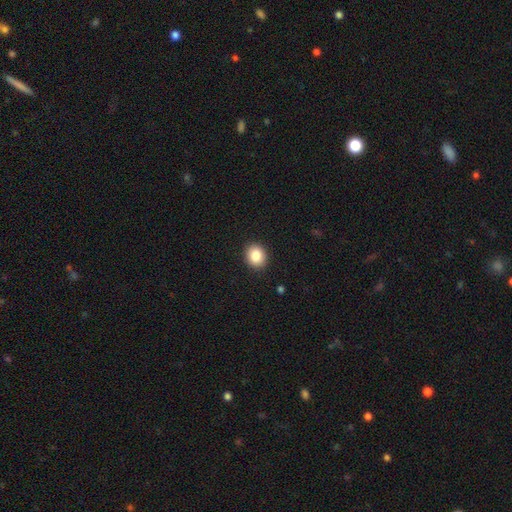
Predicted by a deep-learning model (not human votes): Smooth or featured?
  - smooth: 86% *
  - star or artifact: 9%
  - featured or disk: 6%
How rounded?
  - round: 69% *
  - in between: 30%
  - cigar-shaped: 1%
Merging?
  - none: 91% *
  - minor disturbance: 6%
  - major disturbance: 2%
  - merger: 1%